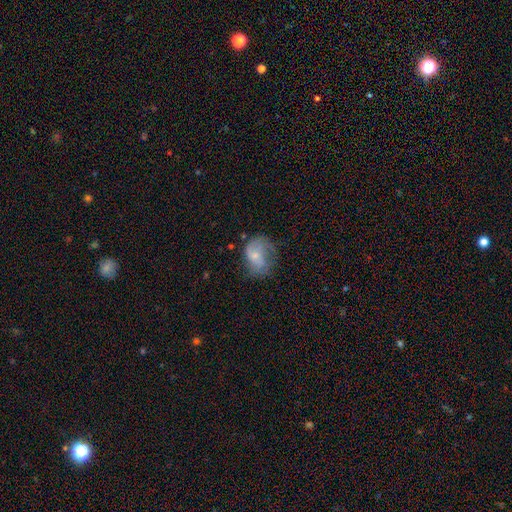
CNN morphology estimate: Smooth or featured?
  - smooth: 49% *
  - featured or disk: 42%
  - star or artifact: 9%
Merging?
  - none: 37% *
  - minor disturbance: 31%
  - major disturbance: 29%
  - merger: 3%